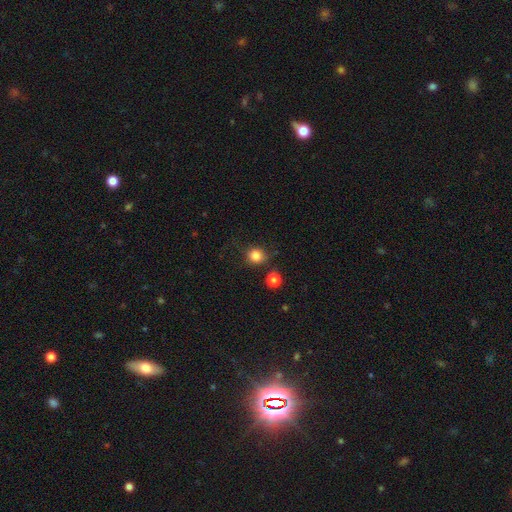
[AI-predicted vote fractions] The model was most divided on "merging": none: 78%, minor disturbance: 13%, merger: 5%, major disturbance: 4%. More confident: how rounded — round (87%); smooth or featured — smooth (83%).